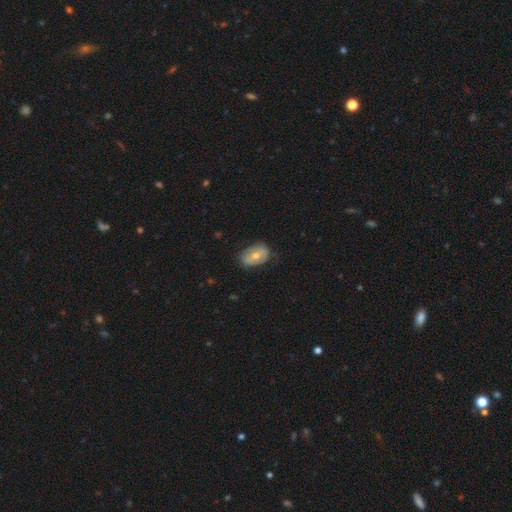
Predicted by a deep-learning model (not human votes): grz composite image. It shows a smooth galaxy with no disk features (48%). Merging: none (62%).